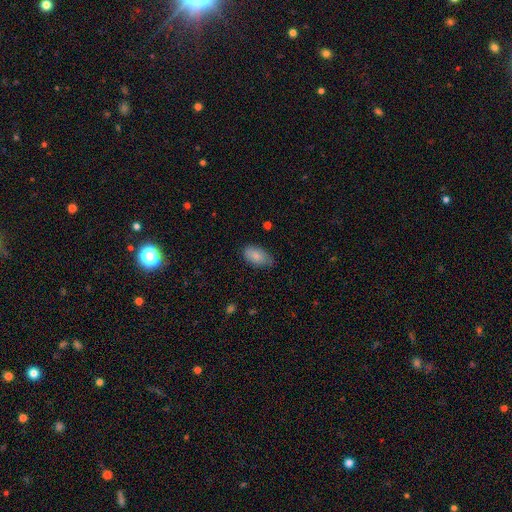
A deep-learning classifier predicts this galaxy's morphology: Smooth or featured: smooth — 83% (featured or disk — 11%)
How rounded: in between — 93% (round — 4%)
Merging: none — 68% (minor disturbance — 26%)